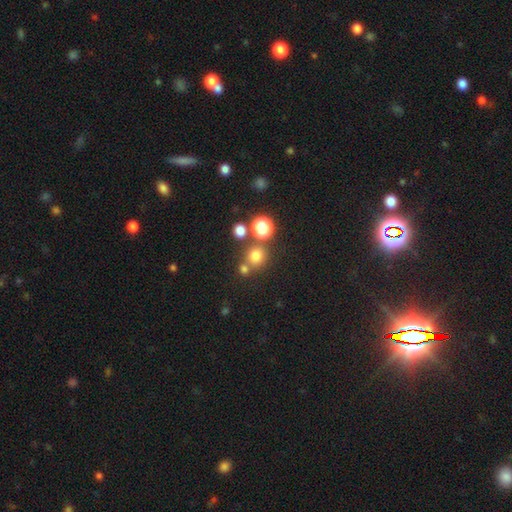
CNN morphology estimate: Q: Smooth or featured?
A: smooth (72%); runner-up: star or artifact (20%)
Q: How rounded?
A: round (89%); runner-up: in between (10%)
Q: Merging?
A: none (69%); runner-up: merger (19%)